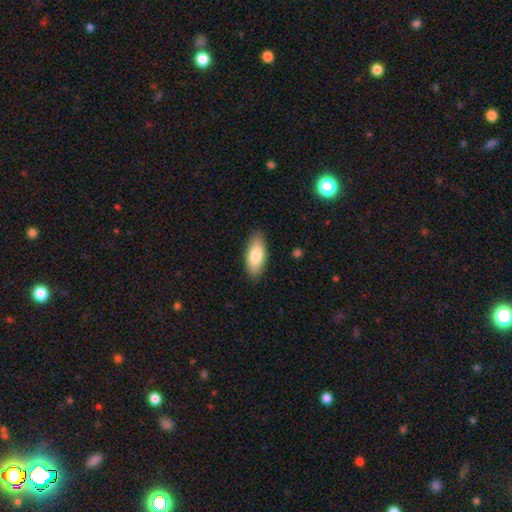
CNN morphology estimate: The model was most divided on "smooth or featured": smooth: 81%, featured or disk: 13%, star or artifact: 6%. More confident: merging — none (87%); how rounded — in between (83%).